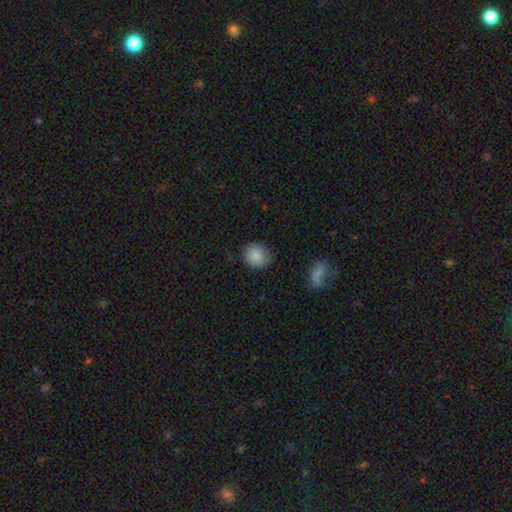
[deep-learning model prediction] smooth 86%, star or artifact 8%, featured or disk 7%. Down the decision tree: how rounded — round (80%); merging — none (81%).